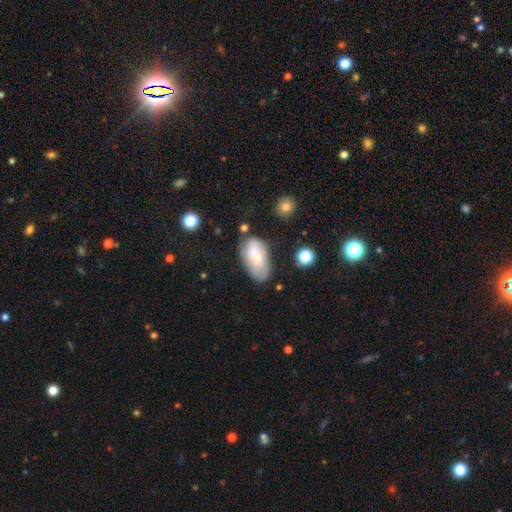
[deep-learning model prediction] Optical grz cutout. It shows a smooth galaxy with no disk features (66%) that is in between round and cigar-shaped (93%). Merging: none (58%).